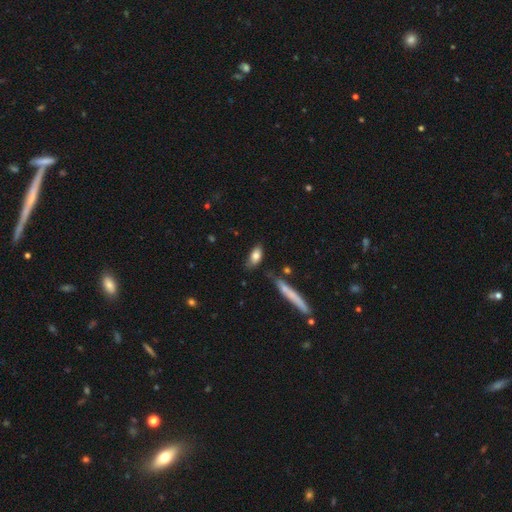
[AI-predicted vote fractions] Morphology: type=smooth (79%); roundness=in between (80%); merging=none (70%).